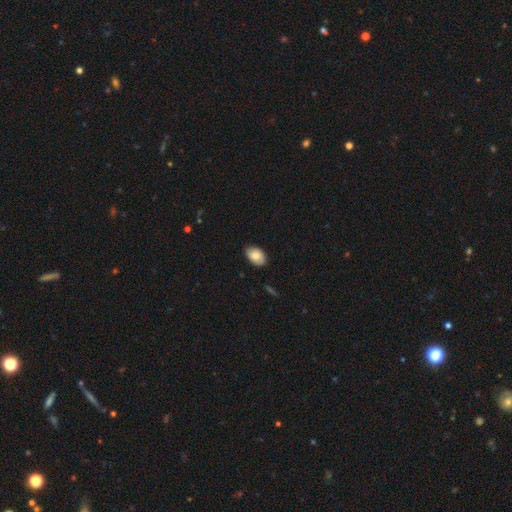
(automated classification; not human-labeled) Smooth or featured?
  - smooth: 83% *
  - featured or disk: 10%
  - star or artifact: 7%
How rounded?
  - in between: 89% *
  - round: 10%
  - cigar-shaped: 1%
Merging?
  - none: 85% *
  - minor disturbance: 12%
  - major disturbance: 2%
  - merger: 1%